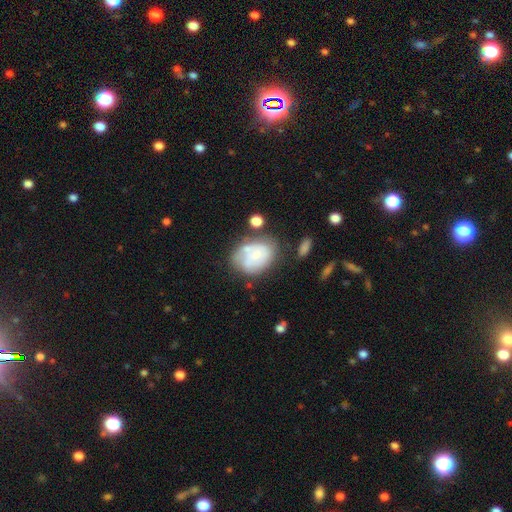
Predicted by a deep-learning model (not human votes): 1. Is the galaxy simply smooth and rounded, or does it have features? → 47% featured or disk, 44% smooth, 9% star or artifact.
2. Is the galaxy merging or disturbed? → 44% none, 26% minor disturbance, 16% major disturbance, 14% merger.